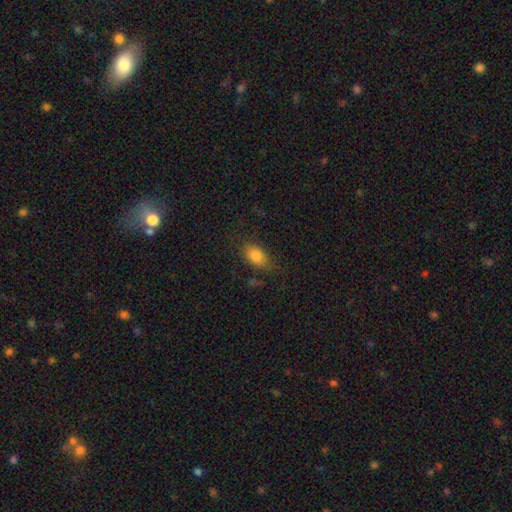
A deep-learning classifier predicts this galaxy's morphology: smooth_or_featured: smooth (p=0.83) [alt: star or artifact p=0.09]
how_rounded: in between (p=0.85) [alt: round p=0.11]
merging: none (p=0.73) [alt: minor disturbance p=0.18]